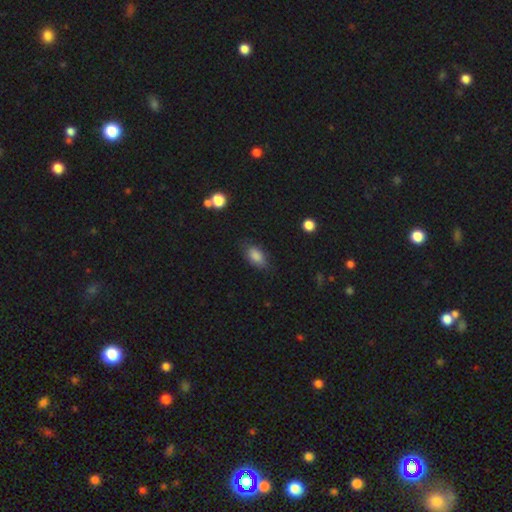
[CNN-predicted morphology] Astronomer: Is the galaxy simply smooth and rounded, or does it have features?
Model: smooth — 84%.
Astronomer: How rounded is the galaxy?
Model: in between — 90%.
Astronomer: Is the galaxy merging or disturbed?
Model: none — 78%.